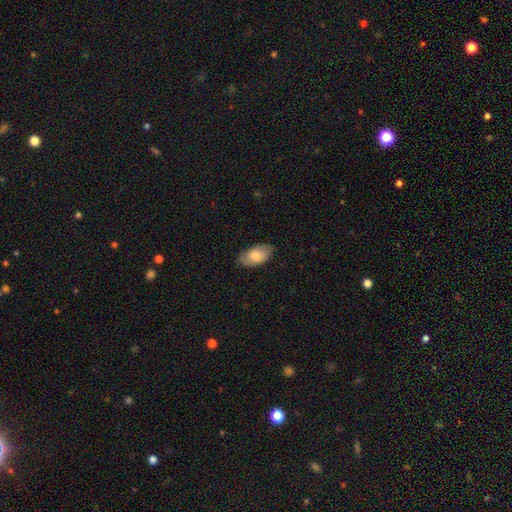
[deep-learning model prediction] A smooth galaxy with no disk features (75%) that is in between round and cigar-shaped (94%).

Vote fractions:
- Smooth or featured? smooth: 75% / featured or disk: 19% / star or artifact: 6%
- How rounded? in between: 94% / round: 4% / cigar-shaped: 2%
- Merging? none: 79% / minor disturbance: 17% / major disturbance: 3% / merger: 1%